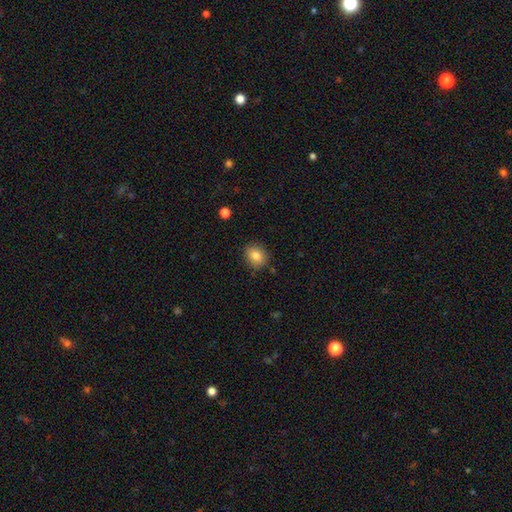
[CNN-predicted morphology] A smooth galaxy with no disk features (84%) that is round (62%).

Vote fractions:
- Smooth or featured? smooth: 84% / star or artifact: 9% / featured or disk: 7%
- How rounded? round: 62% / in between: 37% / cigar-shaped: 1%
- Merging? none: 85% / minor disturbance: 11% / major disturbance: 3% / merger: 2%